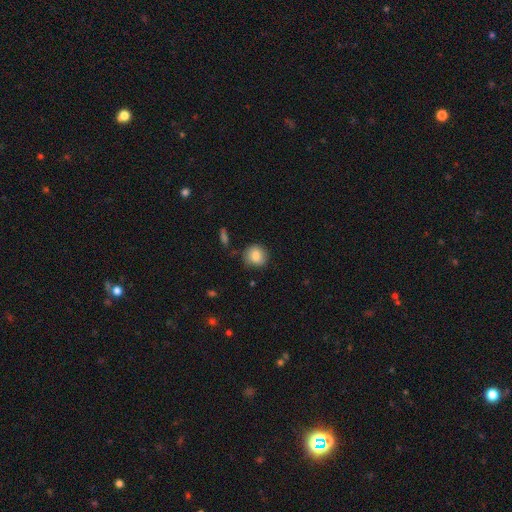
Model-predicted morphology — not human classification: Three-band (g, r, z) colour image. It shows a smooth galaxy with no disk features (85%) that is round (82%). Merging: none (80%).